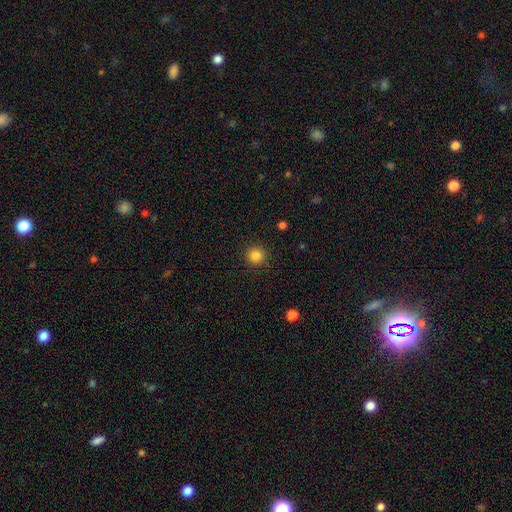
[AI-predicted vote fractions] smooth-or-featured: smooth: 85% | star or artifact: 11% | featured or disk: 4%
  how-rounded: round: 95% | in between: 4% | cigar-shaped: 1%
  merging: none: 92% | minor disturbance: 5% | major disturbance: 2% | merger: 1%